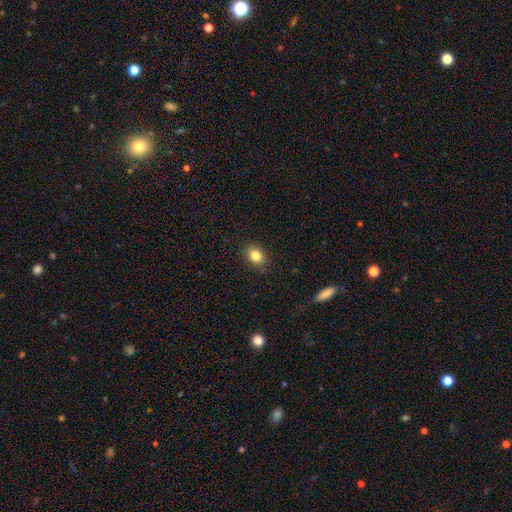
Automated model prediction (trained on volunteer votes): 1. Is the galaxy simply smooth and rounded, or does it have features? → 83% smooth, 10% star or artifact, 7% featured or disk.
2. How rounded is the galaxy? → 61% in between, 37% round, 1% cigar-shaped.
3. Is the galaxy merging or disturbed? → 86% none, 10% minor disturbance, 3% major disturbance, 1% merger.